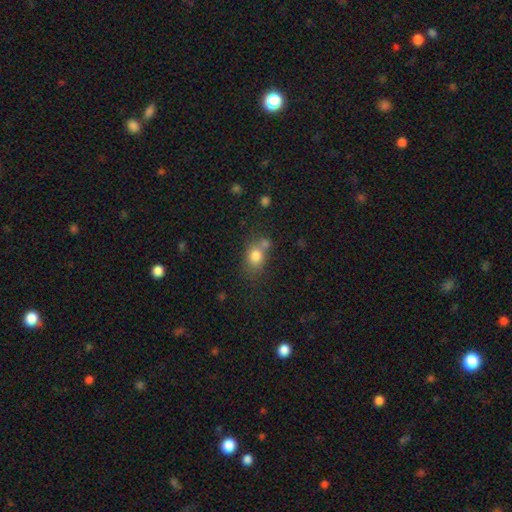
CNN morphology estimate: type=smooth (80%); roundness=in between (51%); merging=none (49%).